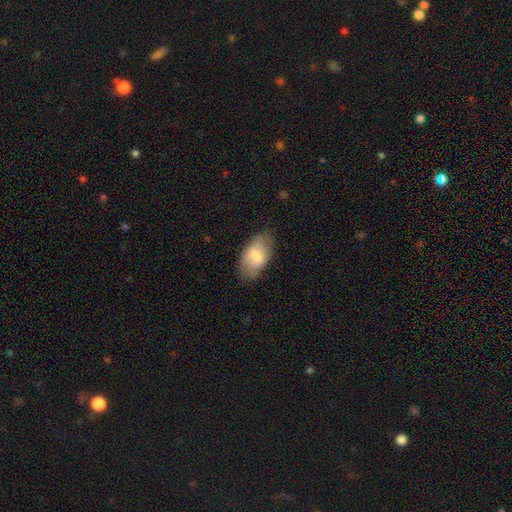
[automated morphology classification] A smooth galaxy with no disk features (73%) that is in between round and cigar-shaped (93%).

Vote fractions:
- Smooth or featured? smooth: 73% / featured or disk: 21% / star or artifact: 6%
- How rounded? in between: 93% / round: 4% / cigar-shaped: 2%
- Merging? none: 70% / minor disturbance: 23% / major disturbance: 6% / merger: 1%